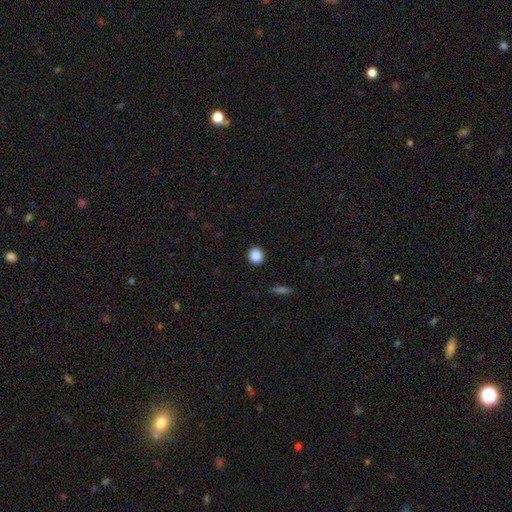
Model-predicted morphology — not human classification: Overall: smooth (88%). How rounded: round (90%). Merging: none (93%).